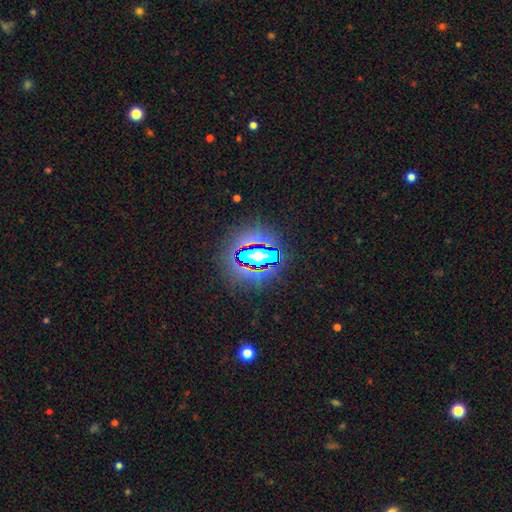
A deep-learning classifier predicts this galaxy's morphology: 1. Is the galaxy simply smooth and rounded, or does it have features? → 58% star or artifact, 27% smooth, 14% featured or disk.